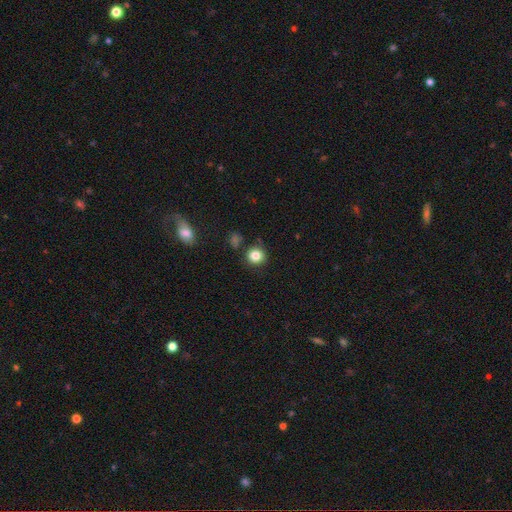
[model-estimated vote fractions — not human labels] smooth-or-featured: smooth: 83% | star or artifact: 11% | featured or disk: 6%
  how-rounded: round: 89% | in between: 10% | cigar-shaped: 1%
  merging: none: 86% | minor disturbance: 9% | merger: 3% | major disturbance: 3%